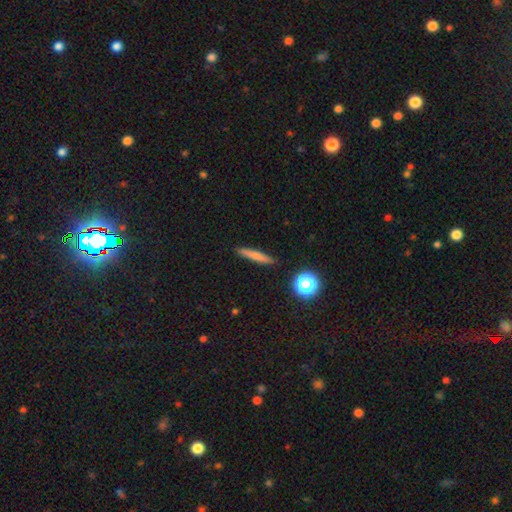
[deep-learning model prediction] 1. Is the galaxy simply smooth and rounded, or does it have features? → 70% smooth, 20% featured or disk, 10% star or artifact.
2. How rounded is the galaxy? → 91% cigar-shaped, 6% in between, 3% round.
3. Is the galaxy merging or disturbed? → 89% none, 8% minor disturbance, 2% major disturbance, 2% merger.